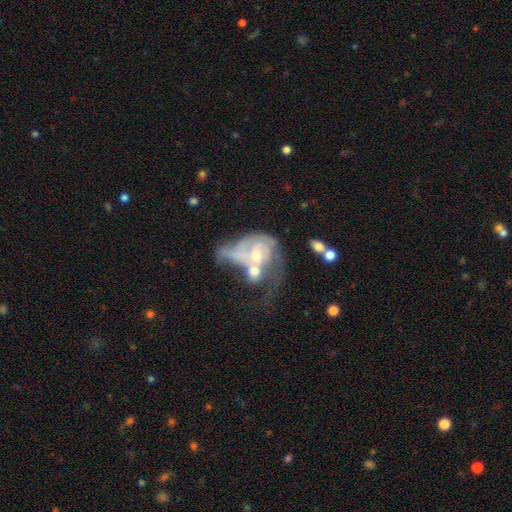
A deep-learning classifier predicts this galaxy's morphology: This appears to be a featured or disk galaxy (66%) with no bar (71%), spiral arms (61%) and a moderate central bulge (48%). Merging: merger (61%).